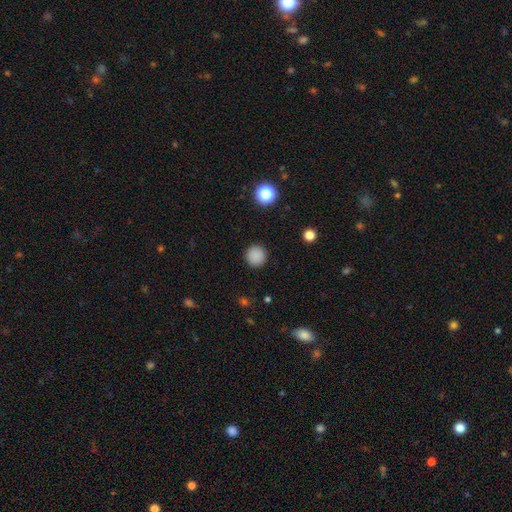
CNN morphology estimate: type=smooth (86%); roundness=round (95%); merging=none (91%).